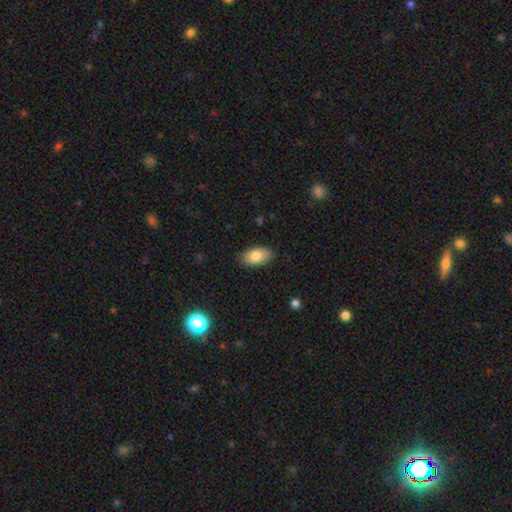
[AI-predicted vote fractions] Smooth or featured?
  - smooth: 80% *
  - featured or disk: 13%
  - star or artifact: 7%
How rounded?
  - in between: 94% *
  - round: 4%
  - cigar-shaped: 2%
Merging?
  - none: 86% *
  - minor disturbance: 11%
  - major disturbance: 2%
  - merger: 1%